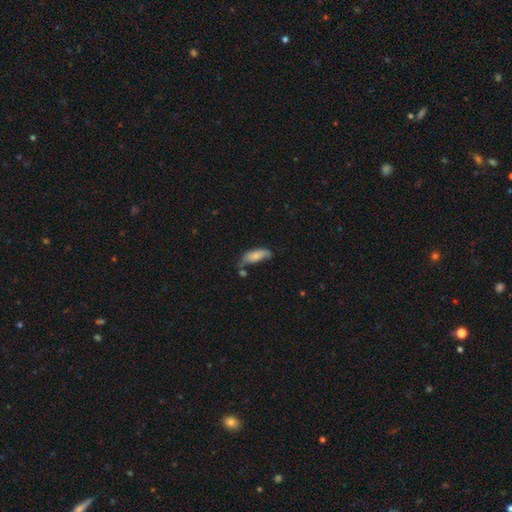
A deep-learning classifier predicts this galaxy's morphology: smooth_or_featured: smooth (p=0.77) [alt: featured or disk p=0.16]
how_rounded: in between (p=0.73) [alt: cigar-shaped p=0.25]
merging: none (p=0.45) [alt: minor disturbance p=0.32]